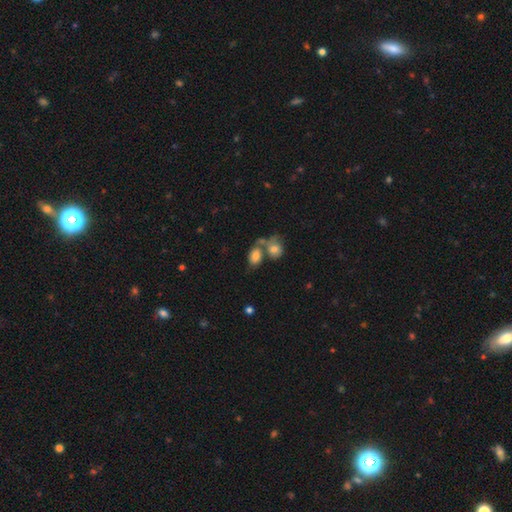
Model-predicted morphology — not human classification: Smooth or featured?
  - smooth: 76% *
  - featured or disk: 15%
  - star or artifact: 9%
How rounded?
  - in between: 78% *
  - round: 20%
  - cigar-shaped: 2%
Merging?
  - merger: 46% *
  - none: 34%
  - minor disturbance: 13%
  - major disturbance: 7%